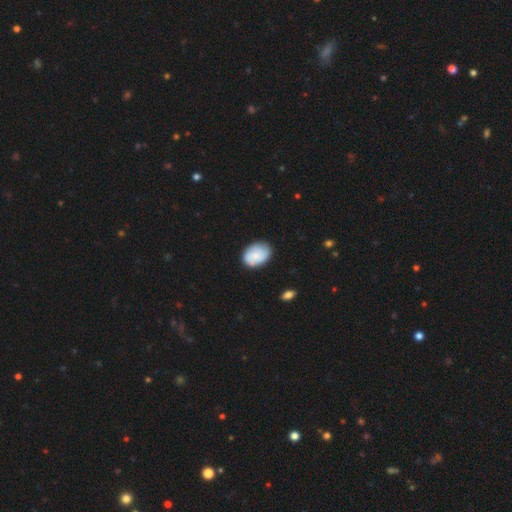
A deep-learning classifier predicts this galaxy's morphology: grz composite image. It shows a smooth galaxy with no disk features (69%) that is in between round and cigar-shaped (76%). Merging: none (77%).